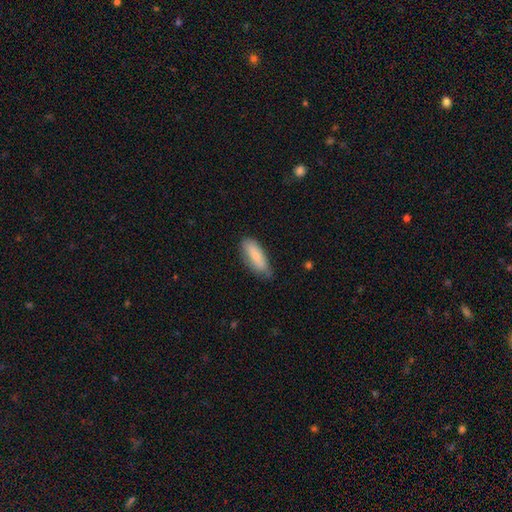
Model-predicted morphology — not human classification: A smooth galaxy with no disk features (80%) that is in between round and cigar-shaped (70%). Merging: none (69%).